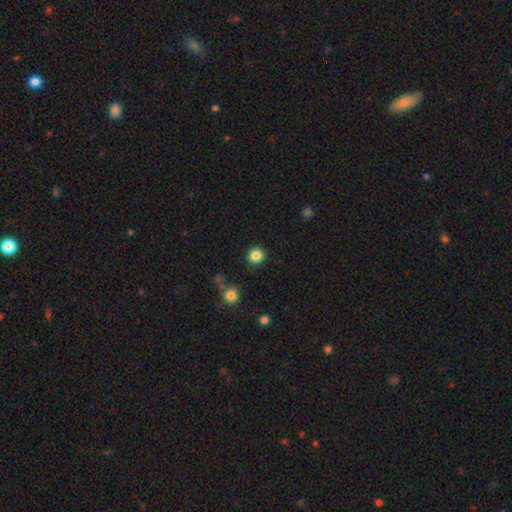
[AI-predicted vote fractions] smooth_or_featured: smooth (p=0.85) [alt: star or artifact p=0.11]
how_rounded: round (p=0.94) [alt: in between p=0.06]
merging: none (p=0.89) [alt: minor disturbance p=0.06]